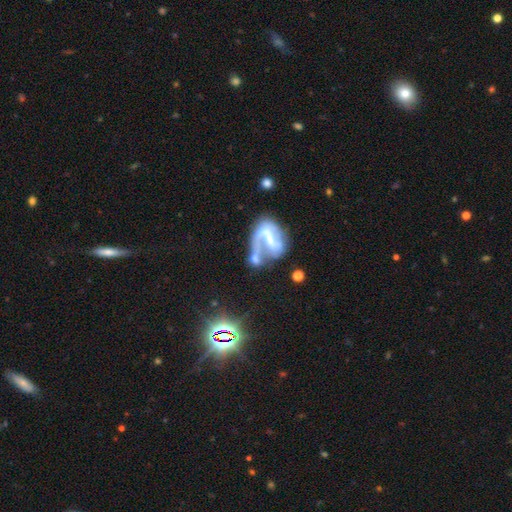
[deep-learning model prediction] A featured or disk galaxy (76%) with a weak bar (45%), 2 (66%) loose (44%) spiral arms (84%) and a small central bulge (48%). Merging: merger (29%).